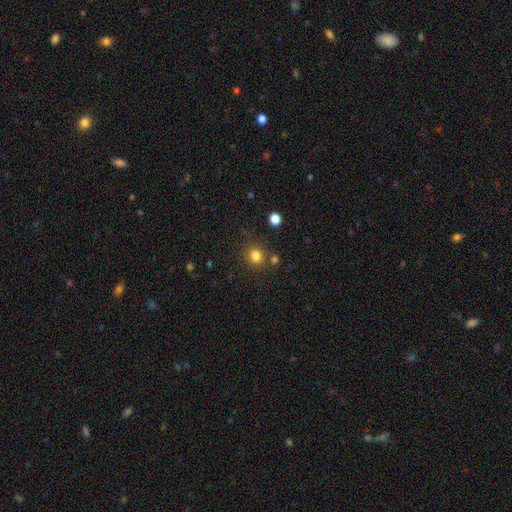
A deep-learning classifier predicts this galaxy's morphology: A smooth galaxy with no disk features (81%) that is round (83%).

Vote fractions:
- Smooth or featured? smooth: 81% / star or artifact: 13% / featured or disk: 6%
- How rounded? round: 83% / in between: 16% / cigar-shaped: 1%
- Merging? none: 78% / minor disturbance: 10% / merger: 8% / major disturbance: 4%